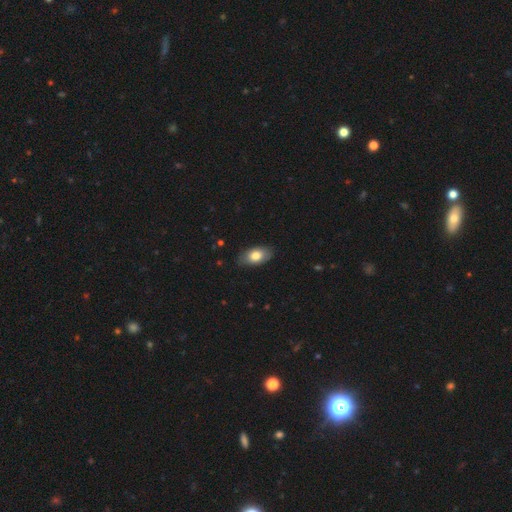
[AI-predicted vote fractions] smooth-or-featured: smooth: 79% | featured or disk: 15% | star or artifact: 6%
  how-rounded: in between: 92% | round: 5% | cigar-shaped: 3%
  merging: none: 84% | minor disturbance: 13% | major disturbance: 2% | merger: 1%